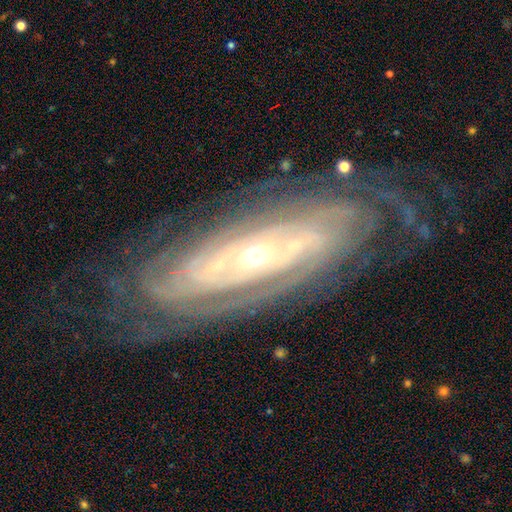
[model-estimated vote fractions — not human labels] The model was most divided on "spiral arm count": can't tell: 45%, 2: 15%, more than 4: 12%, 4: 11%, 3: 10%, 1: 6%. More confident: spiral arms — yes (94%); smooth or featured — featured or disk (88%); edge-on disk — no (85%); spiral winding — tight (80%); merging — none (77%); bulge size — small (62%); bar — no (60%).